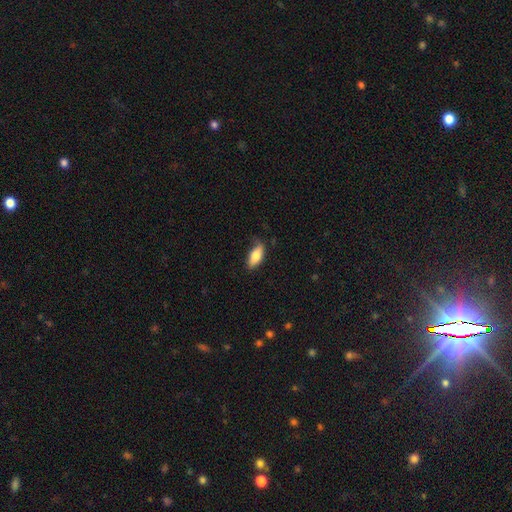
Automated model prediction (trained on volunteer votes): Smooth or featured? smooth (78%)
How rounded? in between (82%)
Merging? none (58%)